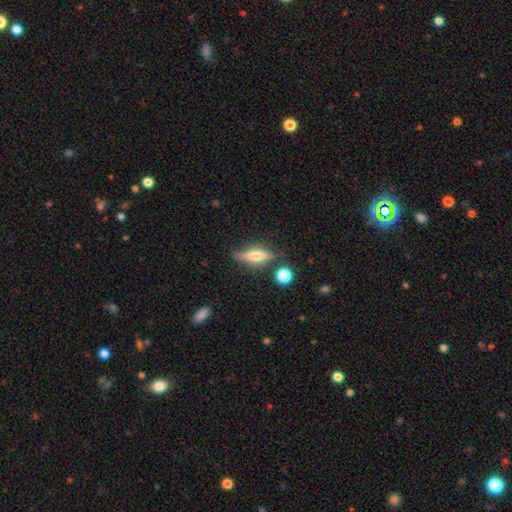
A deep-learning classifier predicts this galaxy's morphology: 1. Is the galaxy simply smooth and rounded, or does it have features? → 53% featured or disk, 38% smooth, 9% star or artifact.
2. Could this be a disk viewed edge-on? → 90% yes, 10% no.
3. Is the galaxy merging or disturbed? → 75% none, 15% minor disturbance, 5% major disturbance, 5% merger.